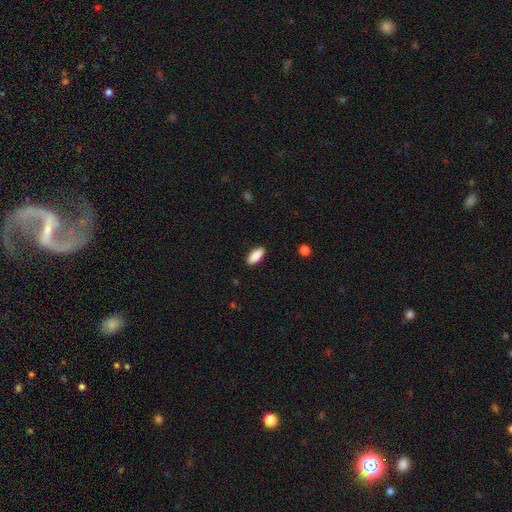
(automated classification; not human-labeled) A smooth galaxy with no disk features (88%) that is in between round and cigar-shaped (85%). Merging: none (89%).